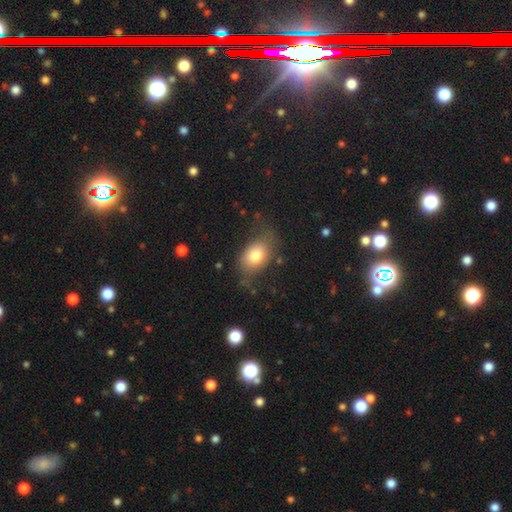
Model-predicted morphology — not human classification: A smooth galaxy with no disk features (77%) that is in between round and cigar-shaped (81%). Merging: none (63%).